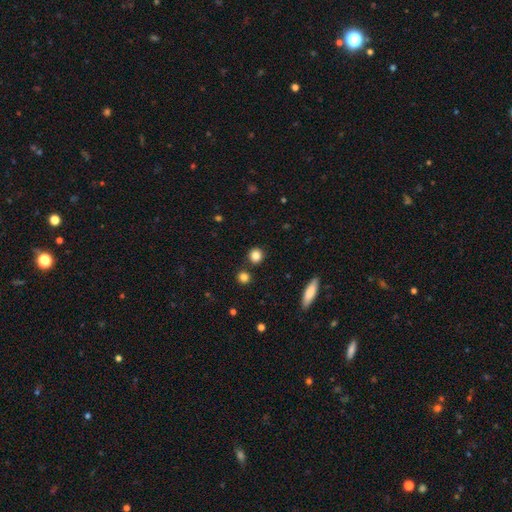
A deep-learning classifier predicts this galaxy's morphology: smooth-or-featured: smooth: 85% | star or artifact: 10% | featured or disk: 5%
  how-rounded: round: 88% | in between: 11% | cigar-shaped: 1%
  merging: none: 86% | minor disturbance: 7% | merger: 5% | major disturbance: 2%